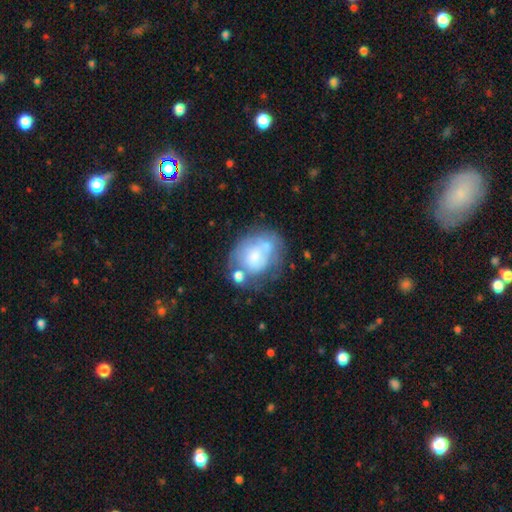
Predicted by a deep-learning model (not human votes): Smooth or featured? smooth (47%)
Merging? none (38%)